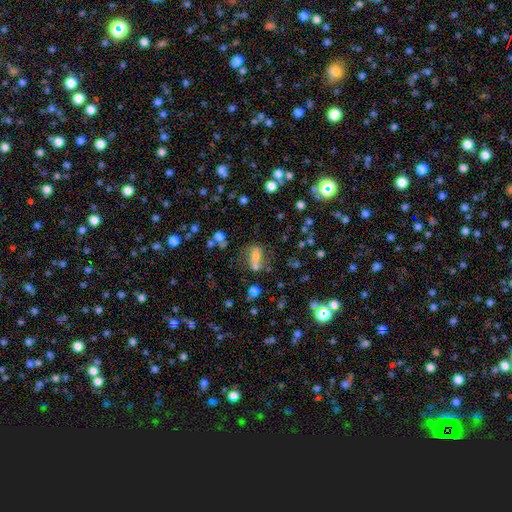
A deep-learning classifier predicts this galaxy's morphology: This appears to be a smooth galaxy with no disk features (54%) that is in between round and cigar-shaped (70%). Merging: none (42%).